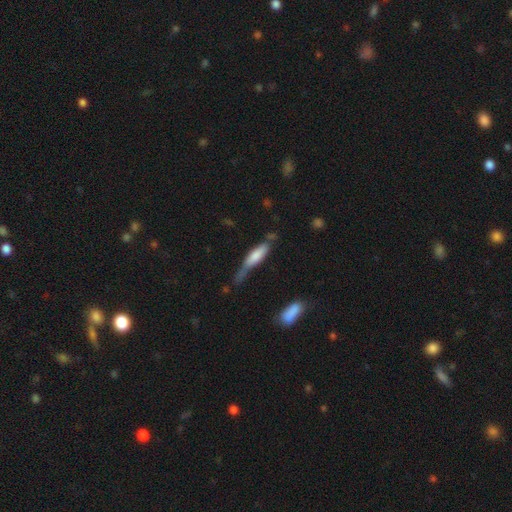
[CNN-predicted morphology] Smooth or featured? Predicted: smooth (p=0.70). How rounded? Predicted: cigar-shaped (p=0.59). Merging? Predicted: minor disturbance (p=0.36).